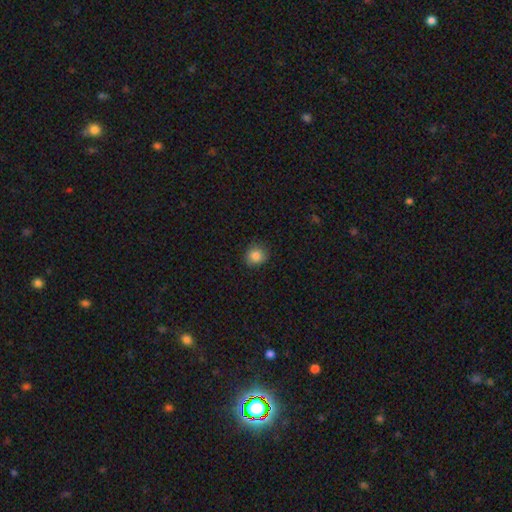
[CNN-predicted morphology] Smooth or featured?
  - smooth: 84% *
  - star or artifact: 10%
  - featured or disk: 5%
How rounded?
  - round: 82% *
  - in between: 17%
  - cigar-shaped: 1%
Merging?
  - none: 87% *
  - minor disturbance: 10%
  - major disturbance: 2%
  - merger: 1%